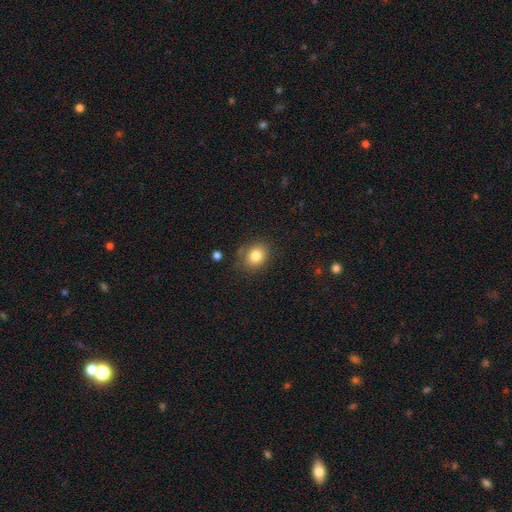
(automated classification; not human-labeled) smooth-or-featured: smooth: 81% | star or artifact: 11% | featured or disk: 8%
  how-rounded: round: 56% | in between: 43% | cigar-shaped: 1%
  merging: none: 78% | minor disturbance: 15% | major disturbance: 4% | merger: 3%